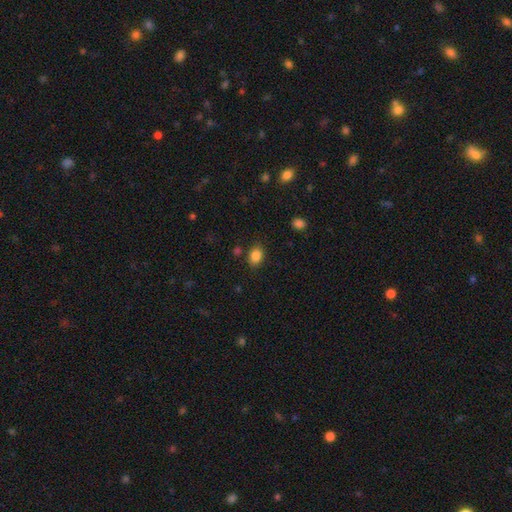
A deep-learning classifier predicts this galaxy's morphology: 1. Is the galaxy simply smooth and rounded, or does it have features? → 85% smooth, 10% star or artifact, 5% featured or disk.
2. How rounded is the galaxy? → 71% in between, 28% round, 1% cigar-shaped.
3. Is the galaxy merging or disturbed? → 81% none, 12% minor disturbance, 3% major disturbance, 3% merger.